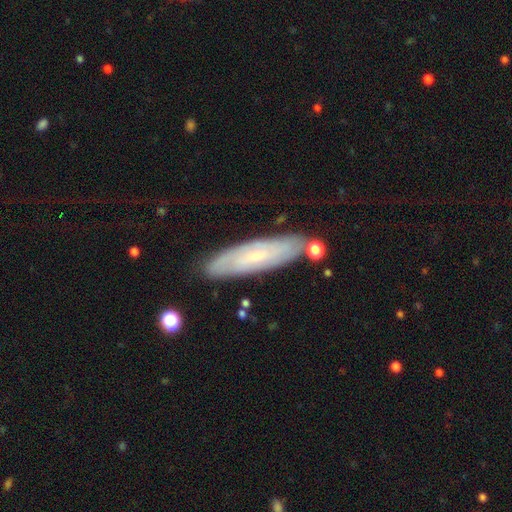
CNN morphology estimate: This appears to be a featured or disk galaxy (56%). Merging: none (82%).